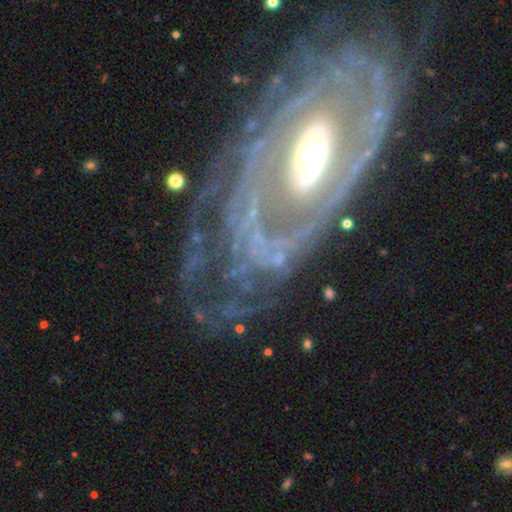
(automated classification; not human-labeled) Smooth or featured? featured or disk (87%)
Edge-on disk? no (93%)
Bar? no (56%)
Spiral arms? yes (85%)
Spiral winding? tight (69%)
Spiral arm count? can't tell (40%)
Bulge size? moderate (61%)
Merging? none (69%)